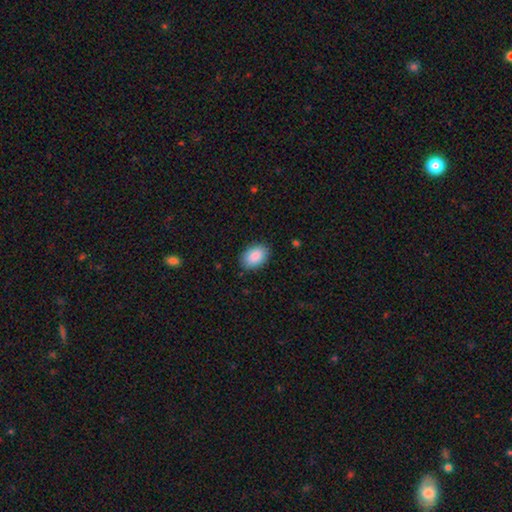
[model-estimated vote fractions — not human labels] smooth 89%, star or artifact 7%, featured or disk 4%. Down the decision tree: how rounded — in between (86%); merging — none (87%).